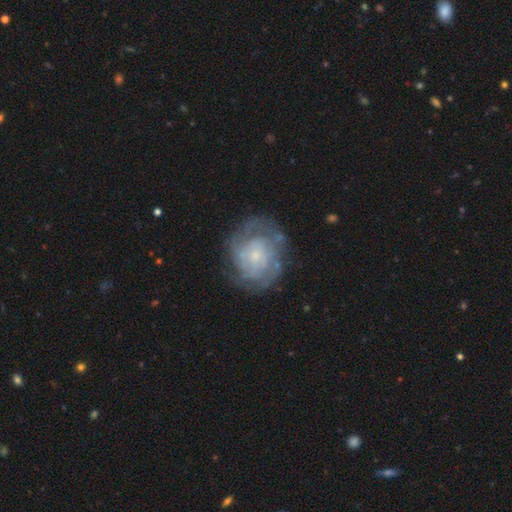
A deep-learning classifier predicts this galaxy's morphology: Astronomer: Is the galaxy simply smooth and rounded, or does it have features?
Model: featured or disk — 68%.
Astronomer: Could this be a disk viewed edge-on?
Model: no — 98%.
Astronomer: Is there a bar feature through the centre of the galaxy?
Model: no — 78%.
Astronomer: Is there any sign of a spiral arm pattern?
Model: yes — 75%.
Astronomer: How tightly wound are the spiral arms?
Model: tight — 61%.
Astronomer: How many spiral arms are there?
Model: can't tell — 56%.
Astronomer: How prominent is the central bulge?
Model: small — 69%.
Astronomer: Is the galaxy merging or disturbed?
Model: none — 66%.